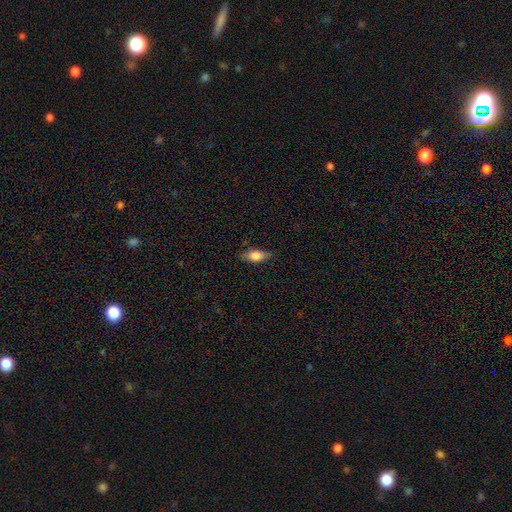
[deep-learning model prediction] Q: Smooth or featured?
A: smooth (68%); runner-up: featured or disk (25%)
Q: How rounded?
A: in between (77%); runner-up: cigar-shaped (18%)
Q: Merging?
A: none (79%); runner-up: minor disturbance (16%)